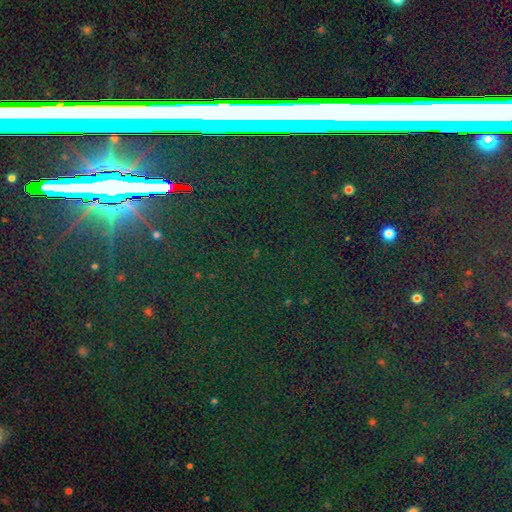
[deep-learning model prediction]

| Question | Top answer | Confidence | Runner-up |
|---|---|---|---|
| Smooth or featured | star or artifact | 82% | smooth (9%) |